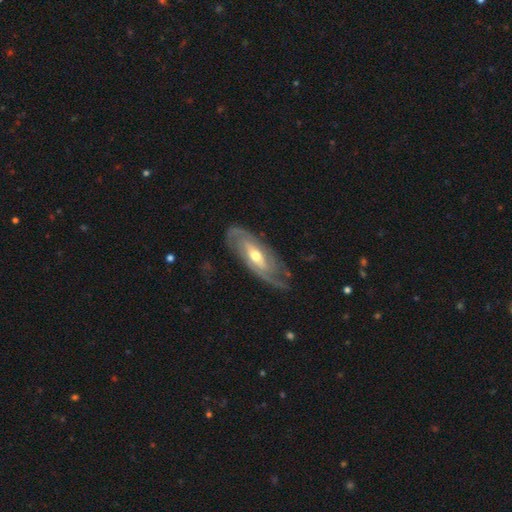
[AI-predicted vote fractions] Overall: featured or disk (83%). Edge-on disk: no (89%). Bar: no (48%; weak 34%). Spiral arms: yes (90%). Spiral arm count: 2 (62%). Spiral winding: tight (53%; medium 33%). Bulge size: moderate (72%). Merging: none (70%).